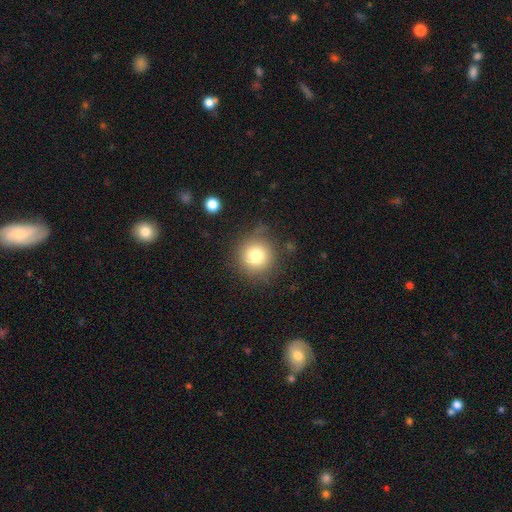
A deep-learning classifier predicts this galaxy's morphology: Smooth or featured? smooth (78%)
How rounded? round (94%)
Merging? none (81%)